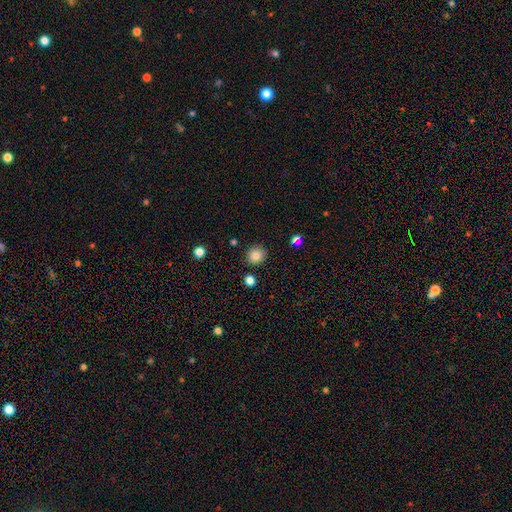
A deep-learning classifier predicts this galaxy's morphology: type=smooth (85%); roundness=round (89%); merging=none (87%).